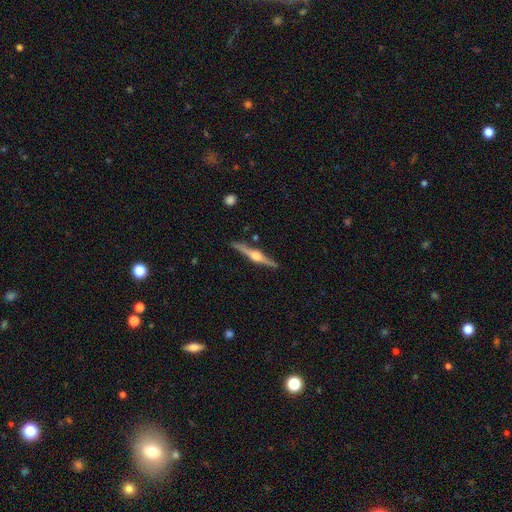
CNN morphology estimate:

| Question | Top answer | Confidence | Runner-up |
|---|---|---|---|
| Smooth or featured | featured or disk | 82% | smooth (14%) |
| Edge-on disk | yes | 98% | no (2%) |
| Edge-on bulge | rounded | 94% | boxy (4%) |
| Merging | none | 89% | minor disturbance (8%) |